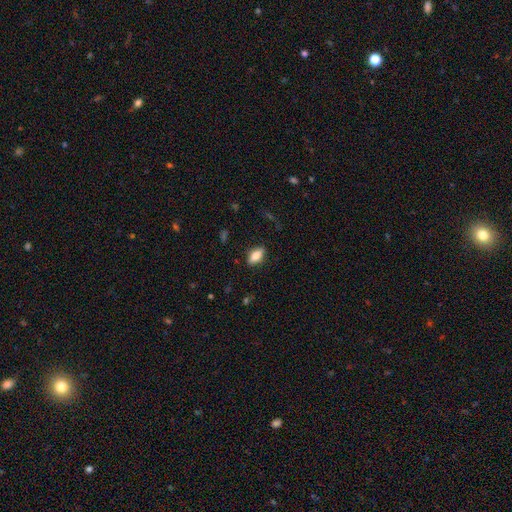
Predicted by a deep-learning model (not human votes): Smooth or featured: smooth — 74% (featured or disk — 18%)
How rounded: in between — 82% (cigar-shaped — 14%)
Merging: none — 84% (minor disturbance — 12%)